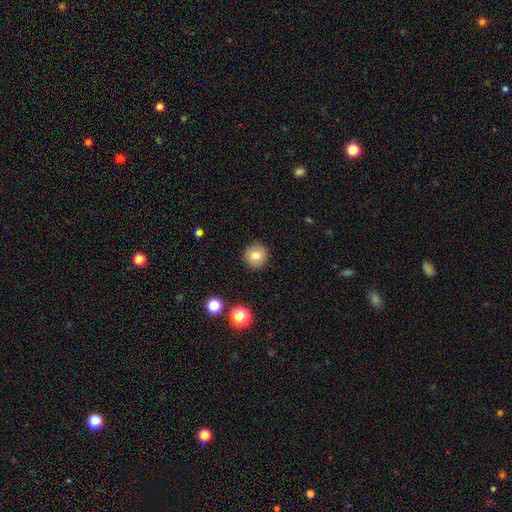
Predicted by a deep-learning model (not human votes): Overall: smooth (77%). How rounded: round (95%). Merging: none (91%).